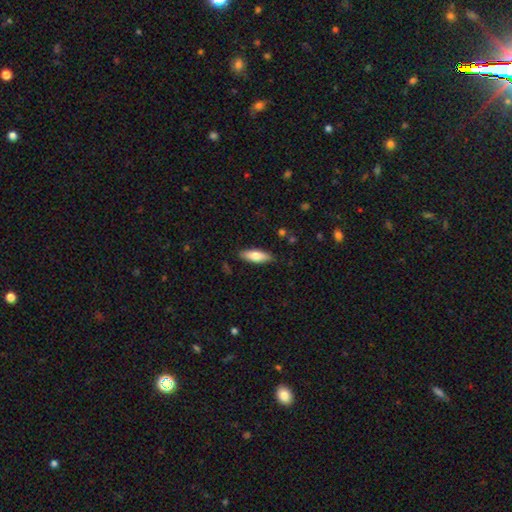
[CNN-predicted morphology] The model was most divided on "how rounded": in between: 65%, cigar-shaped: 33%, round: 2%. More confident: merging — none (87%); smooth or featured — smooth (76%).